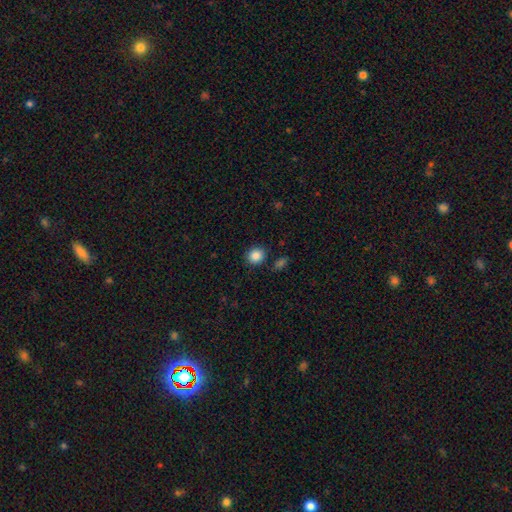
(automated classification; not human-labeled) Smooth or featured: smooth — 86% (star or artifact — 10%)
How rounded: round — 84% (in between — 15%)
Merging: none — 85% (minor disturbance — 9%)